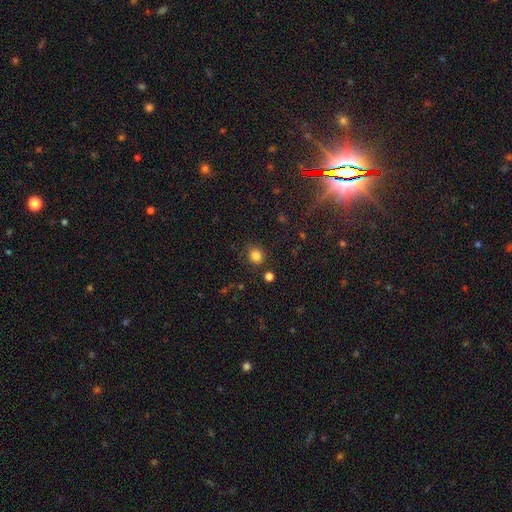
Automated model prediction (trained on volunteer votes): Overall: smooth (83%). How rounded: round (87%). Merging: none (80%).